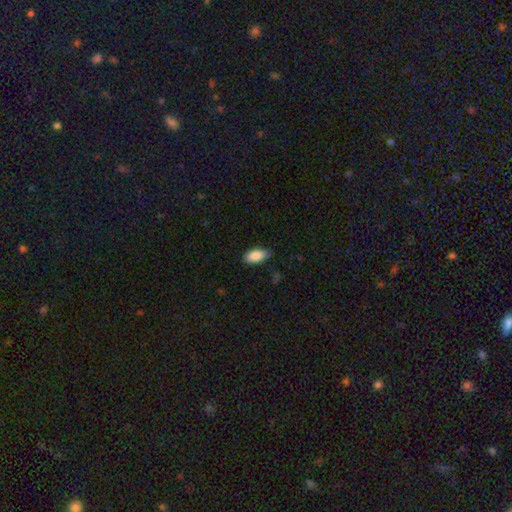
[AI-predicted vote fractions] Smooth or featured? smooth (87%)
How rounded? in between (90%)
Merging? none (79%)